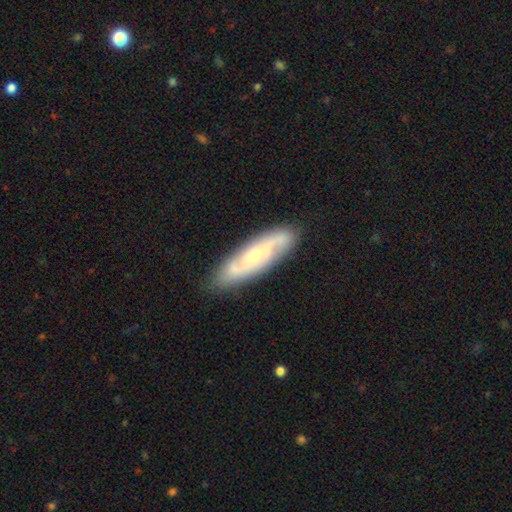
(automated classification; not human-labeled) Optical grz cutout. It shows a featured or disk galaxy (70%) with no bar (58%), spiral arms (88%) and a small central bulge (59%). Merging: none (80%).